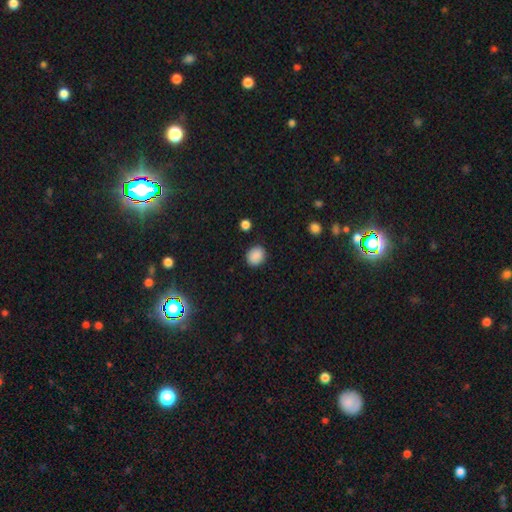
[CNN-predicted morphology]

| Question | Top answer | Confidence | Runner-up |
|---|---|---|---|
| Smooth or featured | smooth | 88% | star or artifact (9%) |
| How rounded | round | 61% | in between (39%) |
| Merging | none | 86% | minor disturbance (10%) |